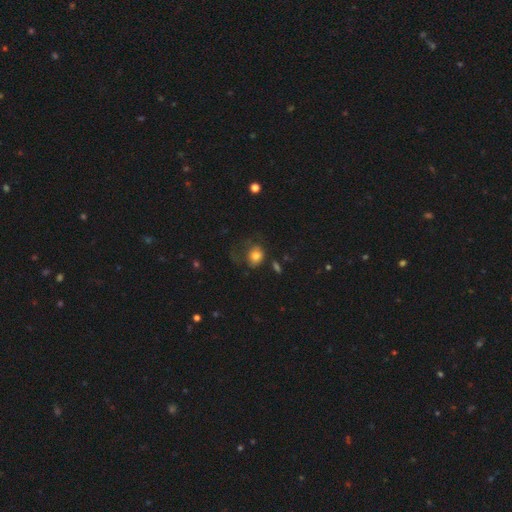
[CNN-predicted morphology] A smooth galaxy with no disk features (75%) that is round (55%). Merging: none (40%).